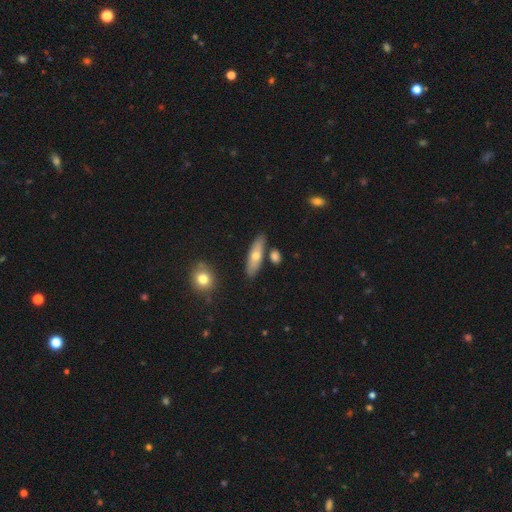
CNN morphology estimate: smooth-or-featured: smooth: 63% | featured or disk: 31% | star or artifact: 6%
  how-rounded: cigar-shaped: 50% | in between: 46% | round: 3%
  merging: none: 79% | minor disturbance: 11% | merger: 7% | major disturbance: 3%